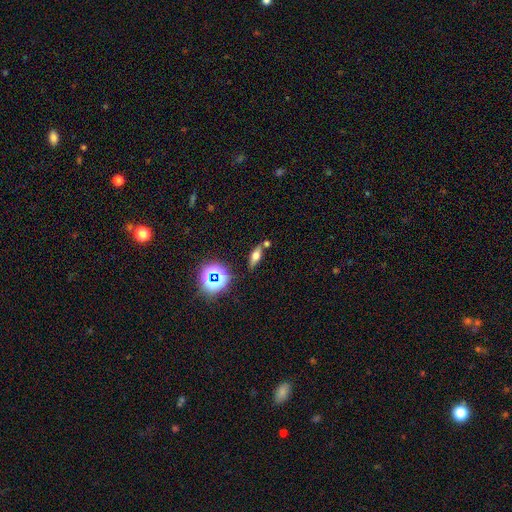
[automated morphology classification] Q: Smooth or featured?
A: smooth (50%); runner-up: featured or disk (31%)
Q: How rounded?
A: in between (54%); runner-up: cigar-shaped (36%)
Q: Merging?
A: none (73%); runner-up: minor disturbance (13%)